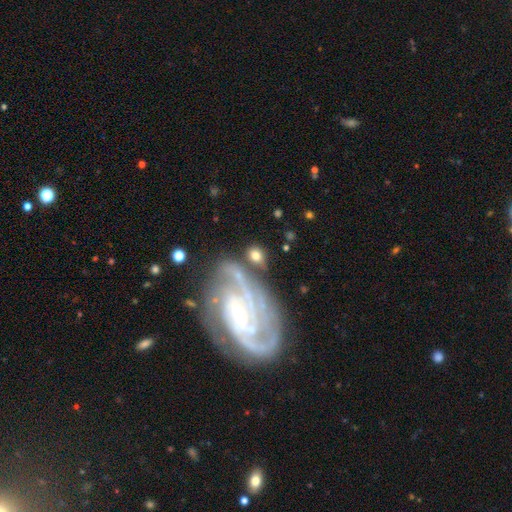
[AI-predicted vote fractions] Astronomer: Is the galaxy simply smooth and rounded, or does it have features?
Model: smooth — 64%.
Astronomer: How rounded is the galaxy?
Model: in between — 55% (runner-up: round, 43%).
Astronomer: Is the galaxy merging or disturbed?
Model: none — 62%.